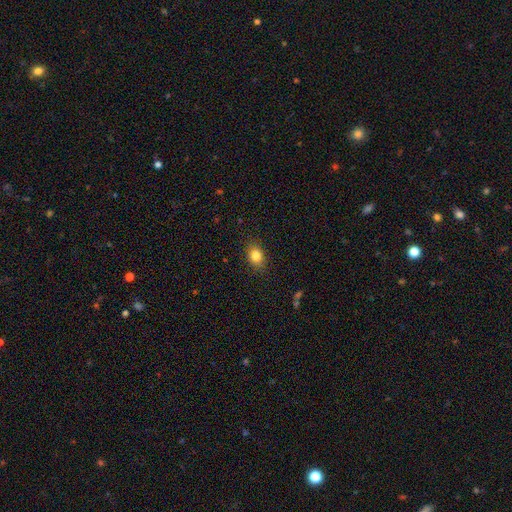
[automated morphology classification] A smooth galaxy with no disk features (83%) that is in between round and cigar-shaped (63%). Merging: none (87%).